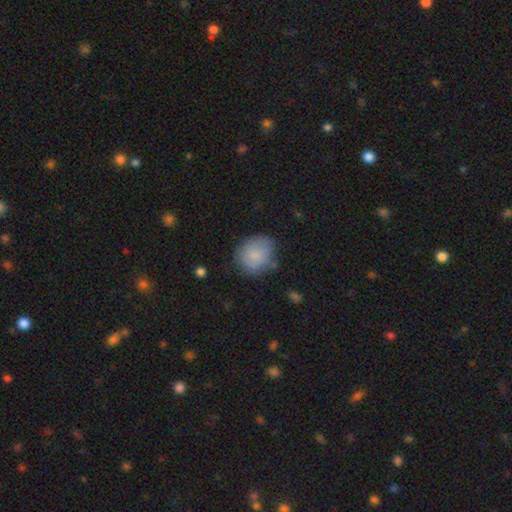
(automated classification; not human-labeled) The model was most divided on "merging": none: 63%, minor disturbance: 26%, major disturbance: 7%, merger: 3%. More confident: smooth or featured — smooth (81%); how rounded — round (72%).